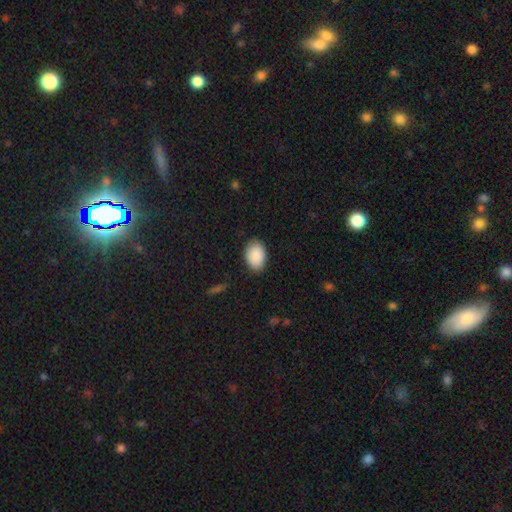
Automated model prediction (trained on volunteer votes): Smooth or featured? smooth (90%)
How rounded? in between (85%)
Merging? none (86%)